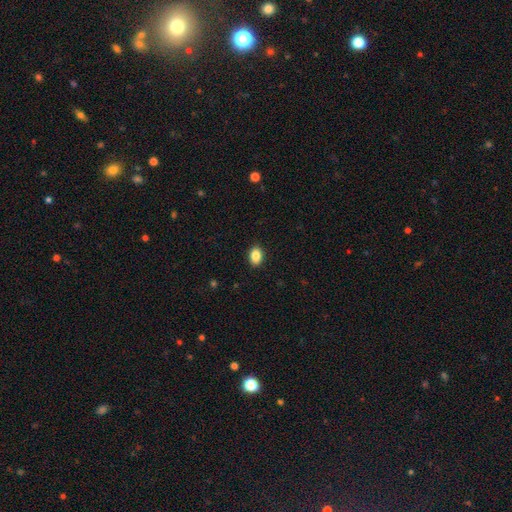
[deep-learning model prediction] Smooth or featured: smooth — 87% (star or artifact — 8%)
How rounded: in between — 81% (round — 18%)
Merging: none — 90% (minor disturbance — 7%)